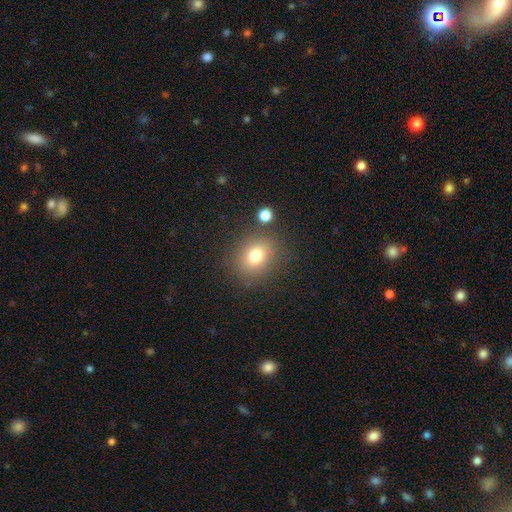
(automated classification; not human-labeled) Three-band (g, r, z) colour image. It shows a smooth galaxy with no disk features (75%) that is round (62%). Merging: none (80%).